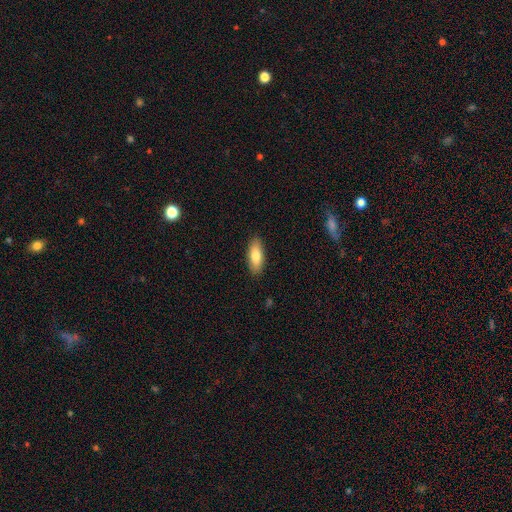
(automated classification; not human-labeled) Smooth or featured? smooth (78%)
How rounded? in between (75%)
Merging? none (89%)